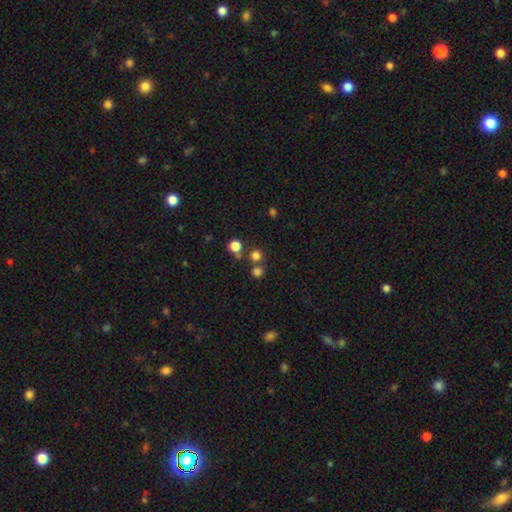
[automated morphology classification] The model was most divided on "smooth or featured": smooth: 73%, star or artifact: 21%, featured or disk: 6%. More confident: how rounded — round (93%); merging — none (72%).